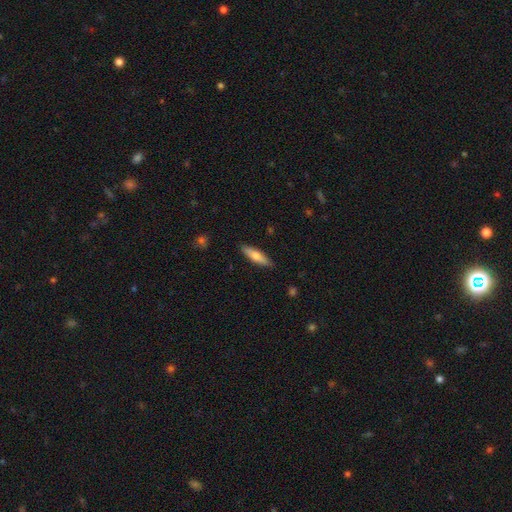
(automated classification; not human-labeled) smooth-or-featured: smooth: 65% | featured or disk: 29% | star or artifact: 6%
  how-rounded: cigar-shaped: 67% | in between: 31% | round: 2%
  merging: none: 88% | minor disturbance: 9% | major disturbance: 2% | merger: 1%